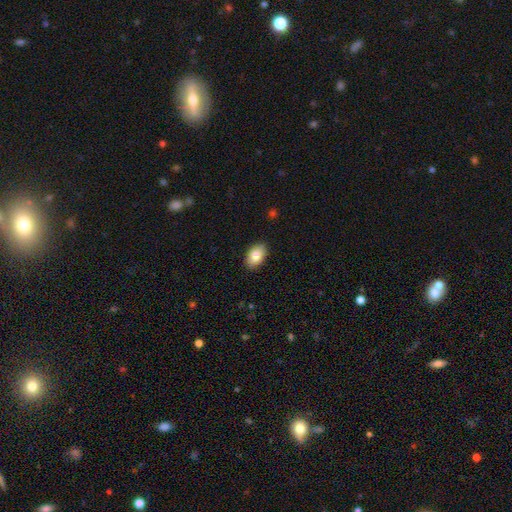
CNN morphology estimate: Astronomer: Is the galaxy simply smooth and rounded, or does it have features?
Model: smooth — 85%.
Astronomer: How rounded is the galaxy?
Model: in between — 91%.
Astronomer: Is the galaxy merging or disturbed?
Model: none — 88%.